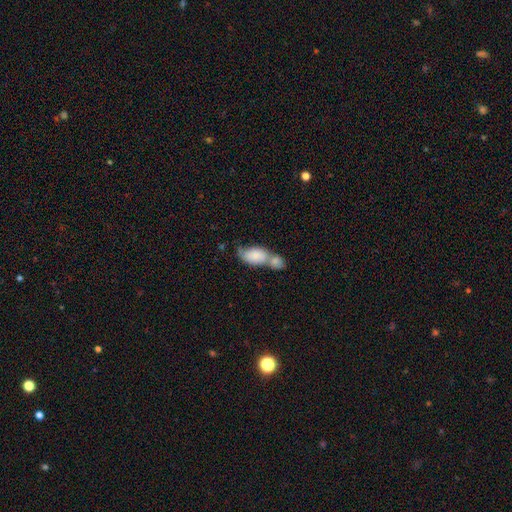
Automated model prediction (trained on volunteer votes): Smooth or featured? Predicted: smooth (p=0.78). How rounded? Predicted: in between (p=0.90). Merging? Predicted: merger (p=0.70).